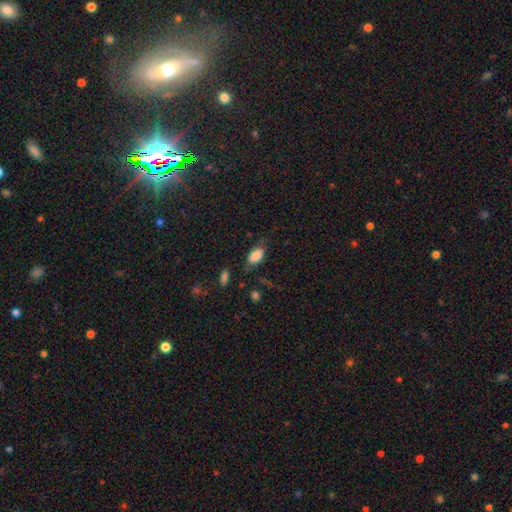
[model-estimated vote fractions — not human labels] Q: Smooth or featured?
A: smooth (81%); runner-up: featured or disk (10%)
Q: How rounded?
A: in between (92%); runner-up: round (5%)
Q: Merging?
A: none (63%); runner-up: minor disturbance (24%)